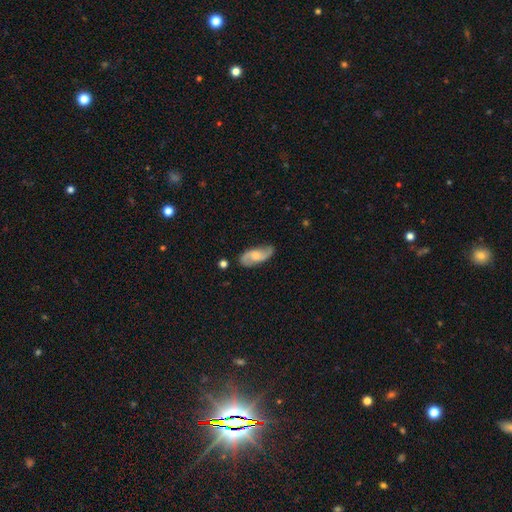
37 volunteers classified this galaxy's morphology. This appears to be a featured or disk galaxy (62%) with no bar (62%), 2 (89%) medium (53%) spiral arms (90%) and a small central bulge (57%). Merging: none (64%).